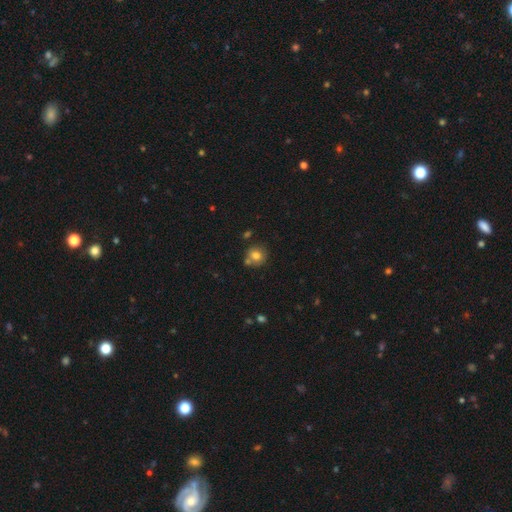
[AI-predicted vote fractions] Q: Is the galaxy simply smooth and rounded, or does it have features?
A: smooth — 76%.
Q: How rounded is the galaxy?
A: round — 87%.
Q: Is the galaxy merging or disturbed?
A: none — 67%.